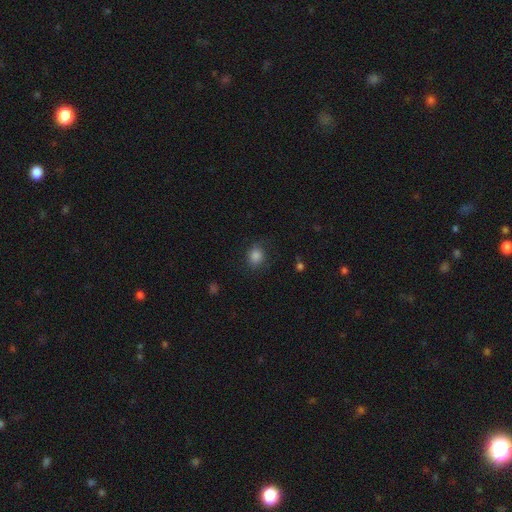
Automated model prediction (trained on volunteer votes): Smooth or featured? smooth (84%)
How rounded? round (68%)
Merging? none (76%)